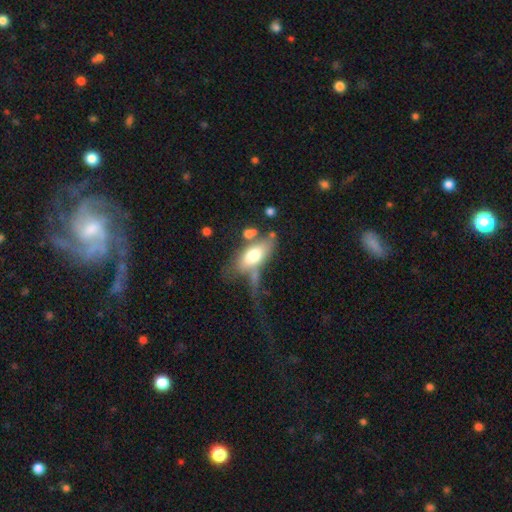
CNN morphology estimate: Smooth or featured? Predicted: smooth (p=0.59). How rounded? Predicted: in between (p=0.81). Merging? Predicted: major disturbance (p=0.31).